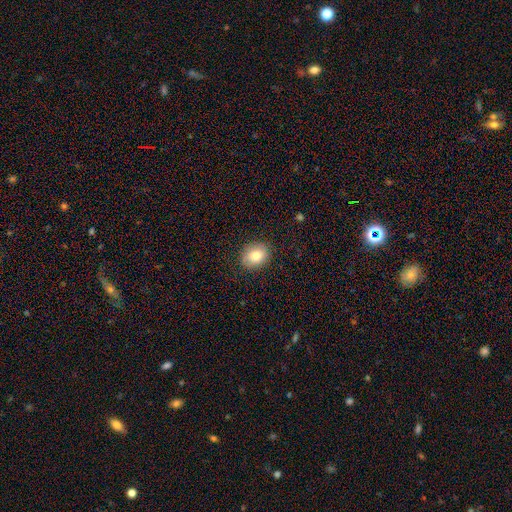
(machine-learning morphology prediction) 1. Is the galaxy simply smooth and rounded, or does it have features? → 79% smooth, 12% featured or disk, 8% star or artifact.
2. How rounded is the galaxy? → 54% in between, 45% round, 1% cigar-shaped.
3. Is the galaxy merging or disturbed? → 85% none, 11% minor disturbance, 3% major disturbance, 1% merger.